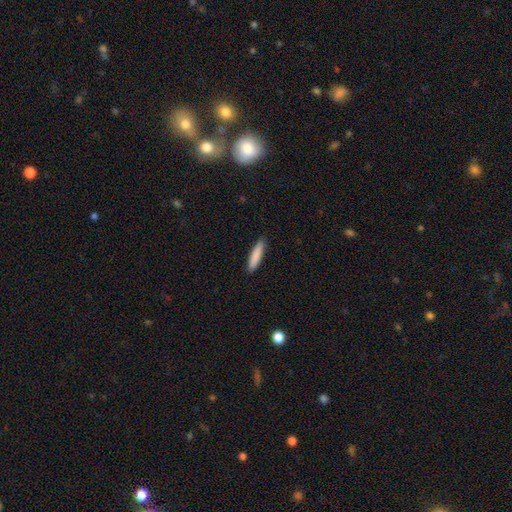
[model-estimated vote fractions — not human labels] Overall: smooth (87%). How rounded: cigar-shaped (82%). Merging: none (89%).